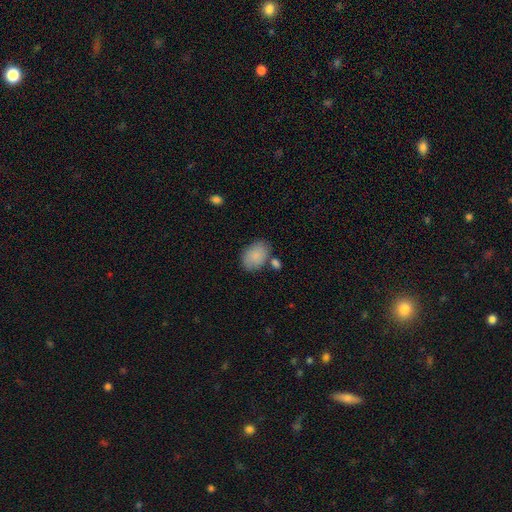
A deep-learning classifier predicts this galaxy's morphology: smooth_or_featured: smooth (p=0.86) [alt: featured or disk p=0.07]
how_rounded: in between (p=0.85) [alt: round p=0.14]
merging: none (p=0.67) [alt: minor disturbance p=0.18]